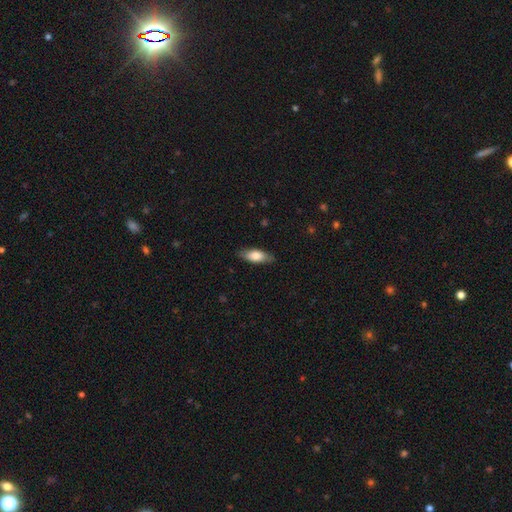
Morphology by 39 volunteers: Q: Smooth or featured?
A: smooth (79%); runner-up: featured or disk (18%)
Q: How rounded?
A: in between (84%); runner-up: cigar-shaped (16%)
Q: Merging?
A: none (89%); runner-up: minor disturbance (11%)